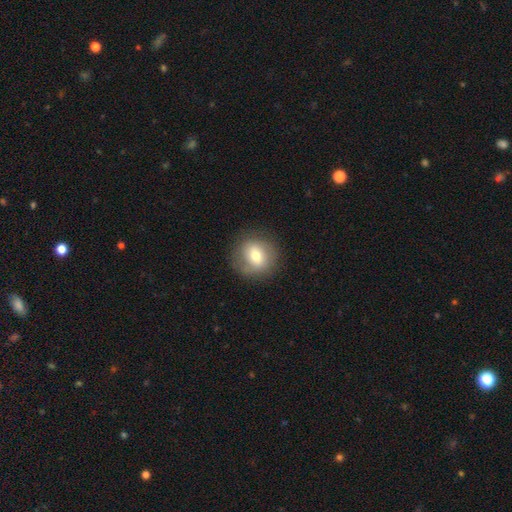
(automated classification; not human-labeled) This appears to be a smooth galaxy with no disk features (60%) that is round (85%). Merging: none (82%).